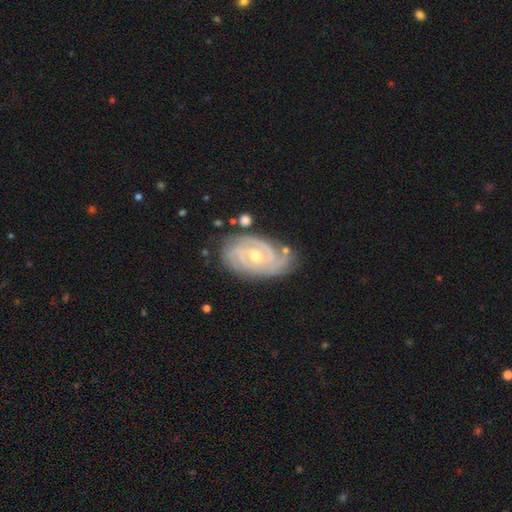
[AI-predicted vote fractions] Overall: featured or disk (91%). Edge-on disk: no (97%). Bar: no (53%; weak 36%). Spiral arms: yes (98%). Spiral arm count: 2 (45%; 3 27%). Spiral winding: tight (78%). Bulge size: small (49%; moderate 48%). Merging: none (74%).